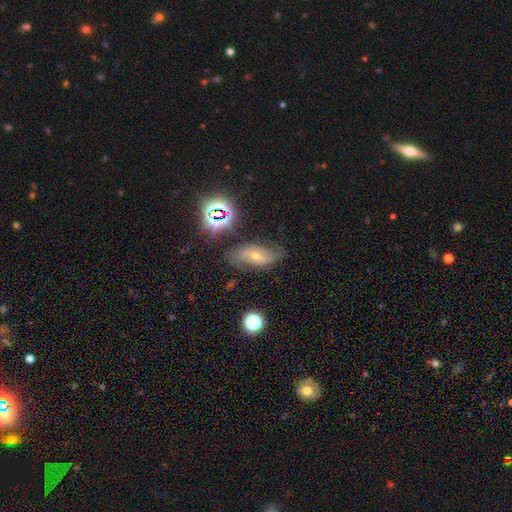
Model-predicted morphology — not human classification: smooth-or-featured: featured or disk: 56% | smooth: 22% | star or artifact: 22%
  disk-edge-on: no: 89% | yes: 11%
  merging: none: 67% | minor disturbance: 22% | major disturbance: 8% | merger: 3%